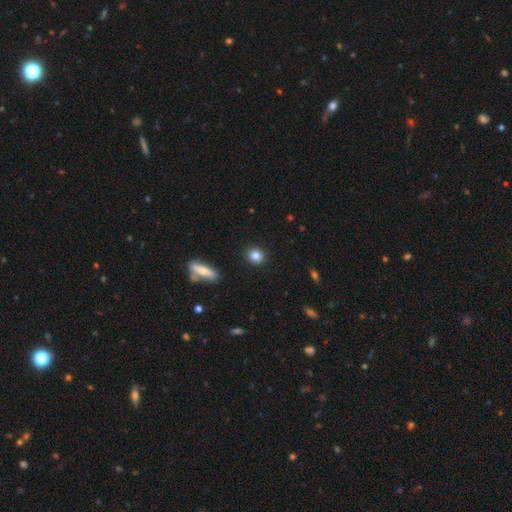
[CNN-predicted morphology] Q: Smooth or featured?
A: smooth (84%); runner-up: star or artifact (9%)
Q: How rounded?
A: round (77%); runner-up: in between (21%)
Q: Merging?
A: none (90%); runner-up: minor disturbance (6%)